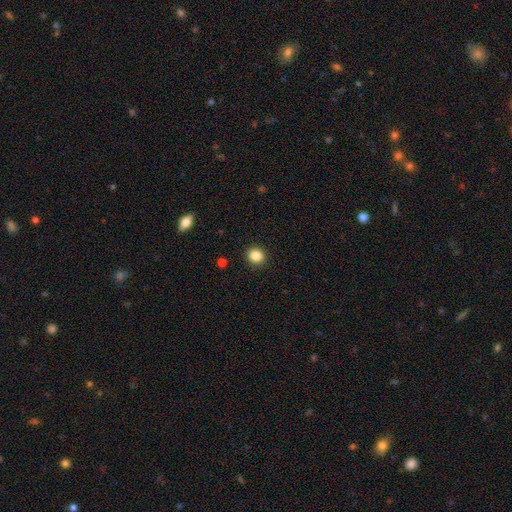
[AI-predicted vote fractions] smooth-or-featured: smooth: 85% | star or artifact: 11% | featured or disk: 4%
  how-rounded: round: 79% | in between: 20% | cigar-shaped: 1%
  merging: none: 91% | minor disturbance: 6% | major disturbance: 2% | merger: 1%